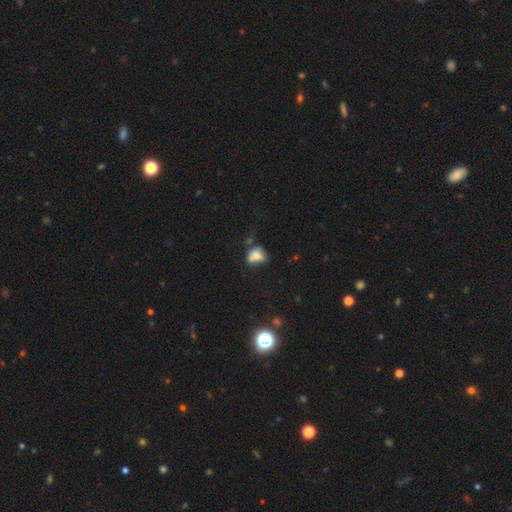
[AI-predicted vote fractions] Overall: smooth (68%). How rounded: in between (54%; round 45%). Merging: none (31%; merger 26%).